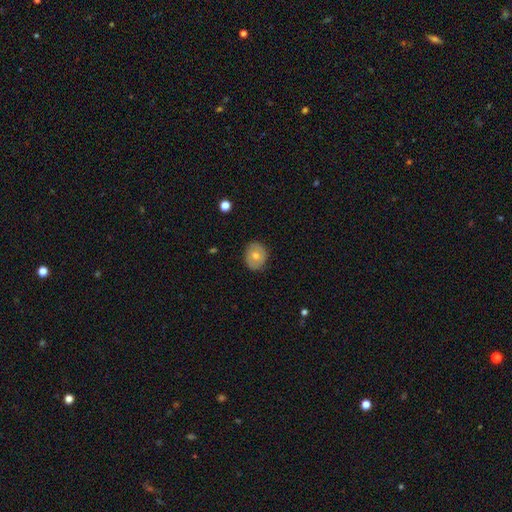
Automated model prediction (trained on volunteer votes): Smooth or featured: smooth — 60% (featured or disk — 32%)
How rounded: round — 61% (in between — 38%)
Merging: none — 86% (minor disturbance — 10%)